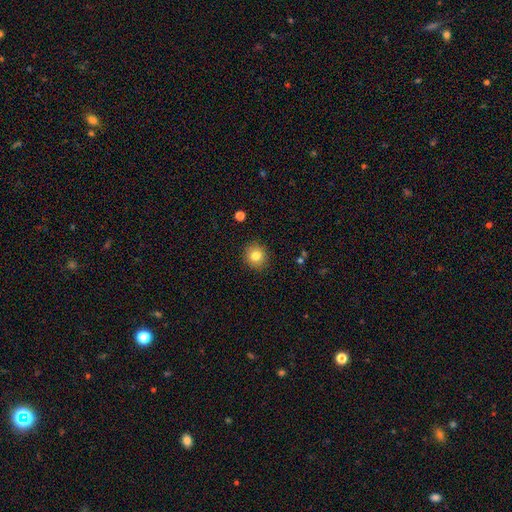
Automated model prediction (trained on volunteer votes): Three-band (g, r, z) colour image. It shows a smooth galaxy with no disk features (81%) that is round (89%). Merging: none (91%).